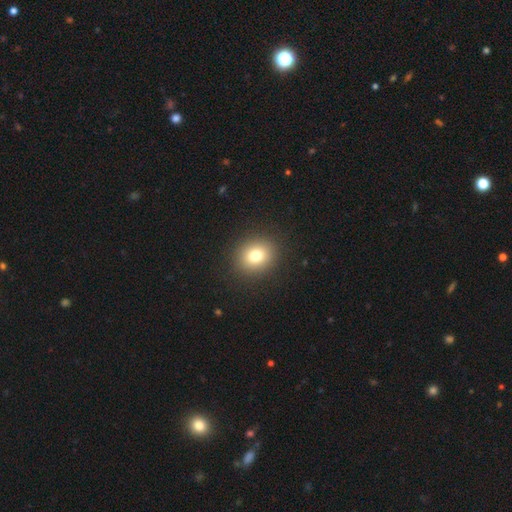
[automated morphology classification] Smooth or featured?
  - smooth: 78% *
  - star or artifact: 13%
  - featured or disk: 10%
How rounded?
  - round: 72% *
  - in between: 27%
  - cigar-shaped: 1%
Merging?
  - none: 91% *
  - minor disturbance: 6%
  - major disturbance: 3%
  - merger: 1%